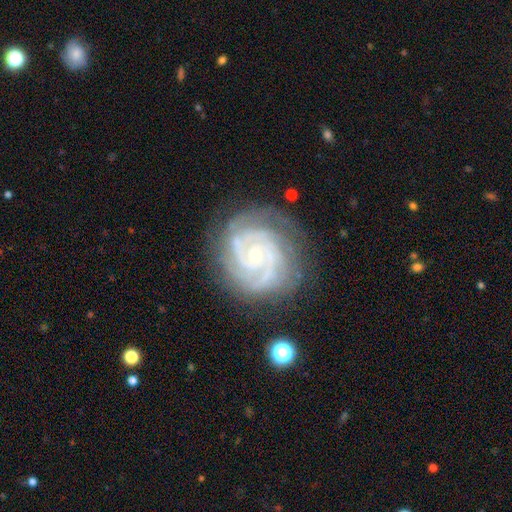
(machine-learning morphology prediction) featured or disk 90%, star or artifact 5%, smooth 4%. Down the decision tree: edge-on disk — no (98%); bar — no (69%); spiral arms — yes (98%); spiral arm count — 2 (41%); spiral winding — tight (75%); bulge size — small (78%); merging — none (76%).